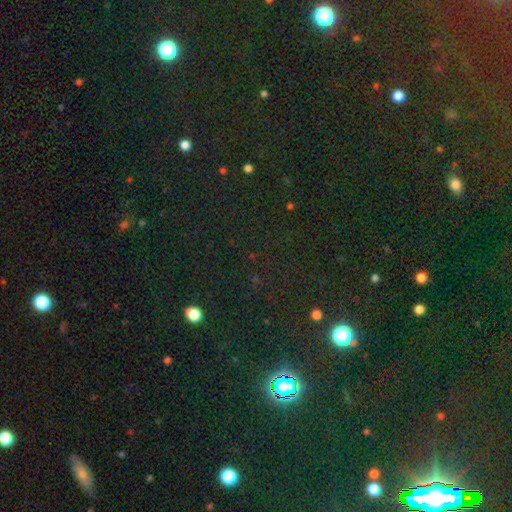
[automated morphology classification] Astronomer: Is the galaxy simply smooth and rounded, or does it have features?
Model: star or artifact — 79%.